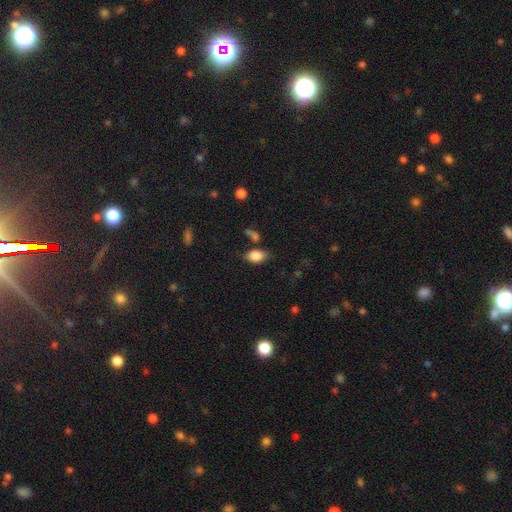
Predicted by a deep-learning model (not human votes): Smooth or featured? smooth (82%)
How rounded? in between (86%)
Merging? none (64%)